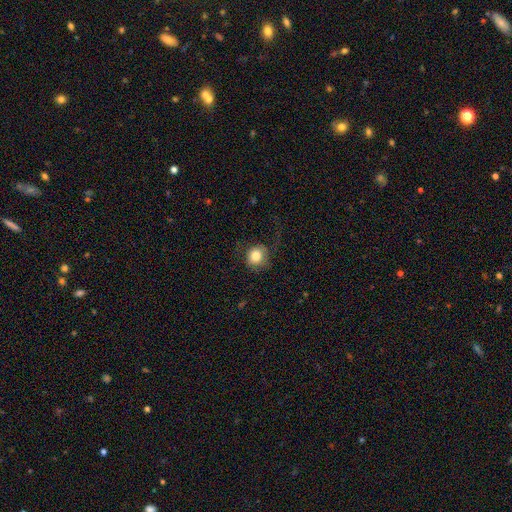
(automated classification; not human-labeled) Q: Smooth or featured?
A: smooth (81%); runner-up: featured or disk (10%)
Q: How rounded?
A: round (83%); runner-up: in between (16%)
Q: Merging?
A: none (64%); runner-up: minor disturbance (19%)